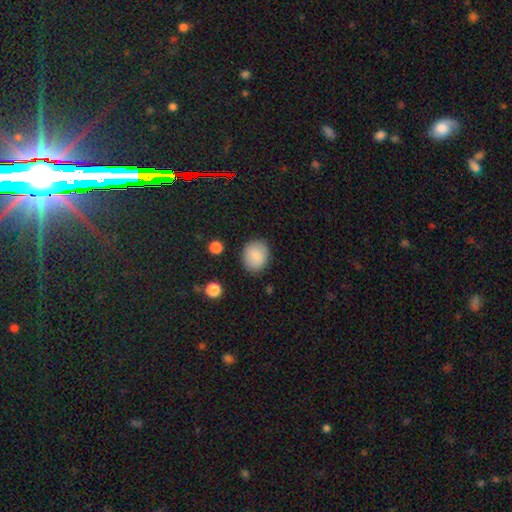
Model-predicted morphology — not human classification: This is clearly a smooth galaxy (86%). How rounded: likely round (64%). Merging: clearly none (86%).